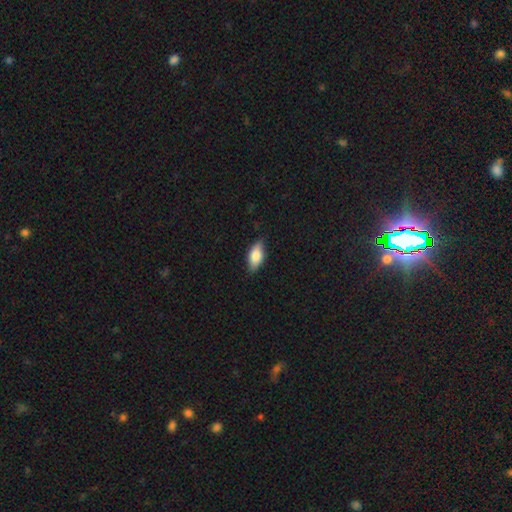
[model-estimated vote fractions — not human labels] Q: Smooth or featured?
A: smooth (76%); runner-up: featured or disk (18%)
Q: How rounded?
A: in between (87%); runner-up: cigar-shaped (10%)
Q: Merging?
A: none (81%); runner-up: minor disturbance (16%)